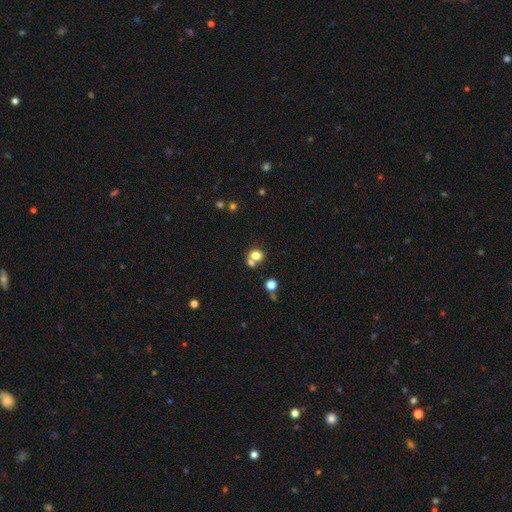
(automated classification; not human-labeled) A smooth galaxy with no disk features (74%) that is round (73%).

Vote fractions:
- Smooth or featured? smooth: 74% / star or artifact: 14% / featured or disk: 11%
- How rounded? round: 73% / in between: 26% / cigar-shaped: 1%
- Merging? none: 49% / merger: 39% / minor disturbance: 8% / major disturbance: 4%